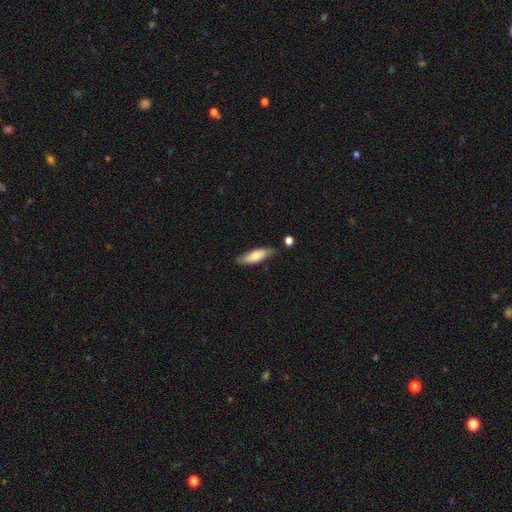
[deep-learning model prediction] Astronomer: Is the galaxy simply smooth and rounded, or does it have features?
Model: smooth — 73%.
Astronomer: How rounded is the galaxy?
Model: in between — 50% (runner-up: cigar-shaped, 48%).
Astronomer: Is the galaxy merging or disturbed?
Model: none — 73%.